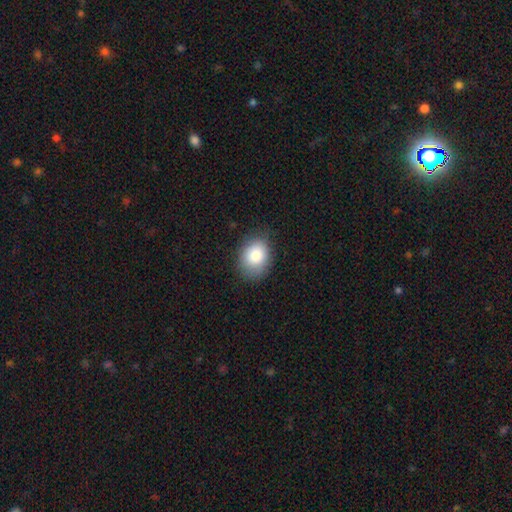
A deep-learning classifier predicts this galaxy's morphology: The model was most divided on "how rounded": in between: 56%, round: 43%, cigar-shaped: 1%. More confident: smooth or featured — smooth (85%); merging — none (78%).